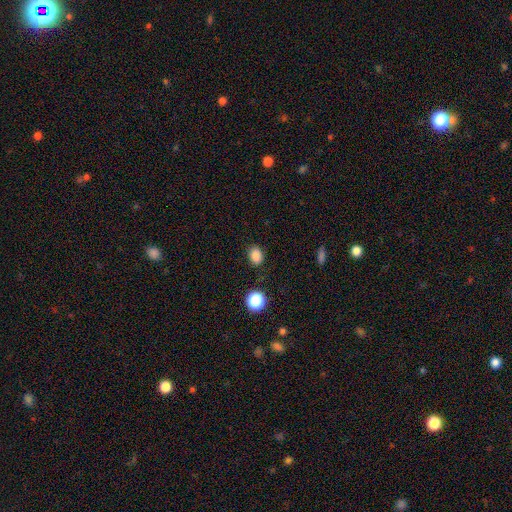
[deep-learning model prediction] smooth_or_featured: smooth (p=0.84) [alt: star or artifact p=0.12]
how_rounded: in between (p=0.65) [alt: round p=0.34]
merging: none (p=0.84) [alt: minor disturbance p=0.11]